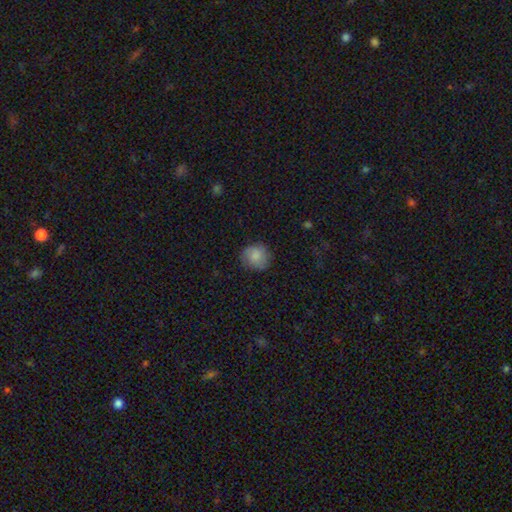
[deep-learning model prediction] This is clearly a smooth galaxy (82%). How rounded: clearly round (84%). Merging: likely none (80%).